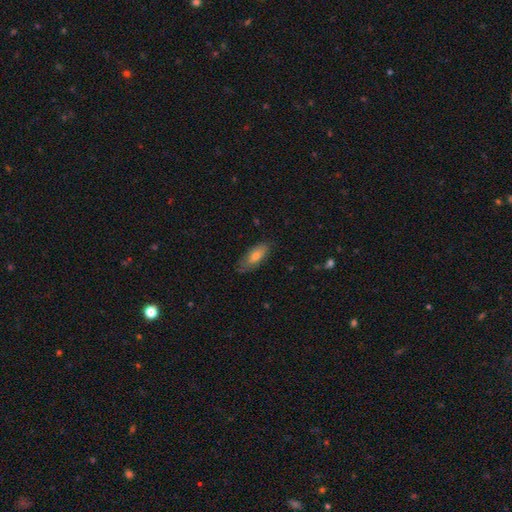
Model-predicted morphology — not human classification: A smooth galaxy with no disk features (70%) that is in between round and cigar-shaped (76%). Merging: none (74%).